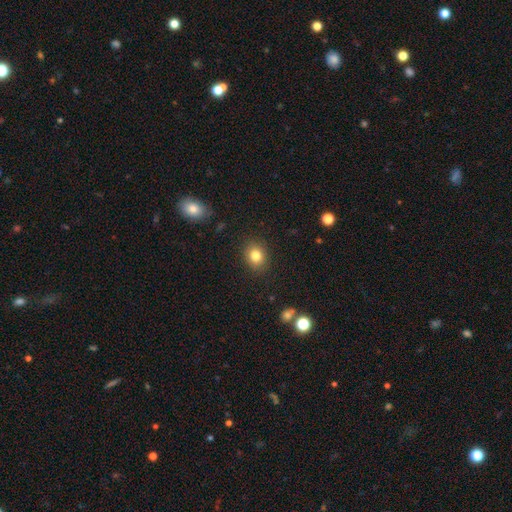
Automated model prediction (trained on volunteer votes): Q: Smooth or featured?
A: smooth (82%); runner-up: star or artifact (11%)
Q: How rounded?
A: round (66%); runner-up: in between (33%)
Q: Merging?
A: none (89%); runner-up: minor disturbance (8%)